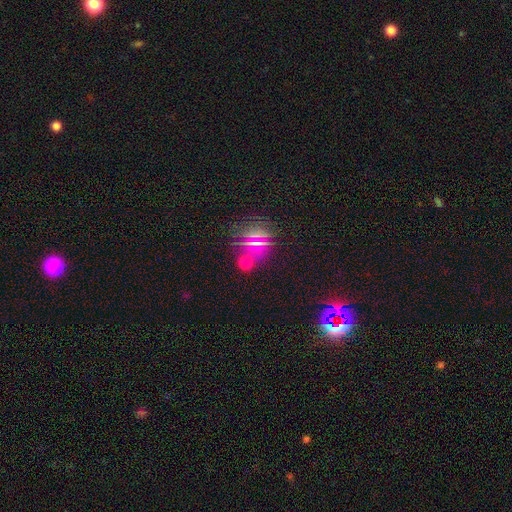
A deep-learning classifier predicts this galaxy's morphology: smooth_or_featured: star or artifact (p=0.55) [alt: smooth p=0.25]